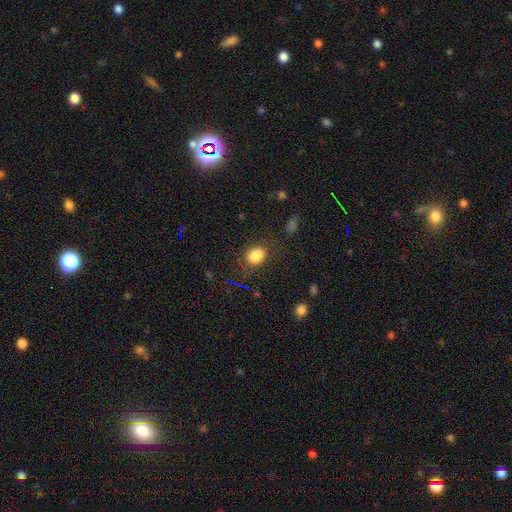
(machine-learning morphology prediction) Q: Smooth or featured?
A: smooth (83%); runner-up: star or artifact (12%)
Q: How rounded?
A: in between (65%); runner-up: round (34%)
Q: Merging?
A: none (73%); runner-up: minor disturbance (17%)